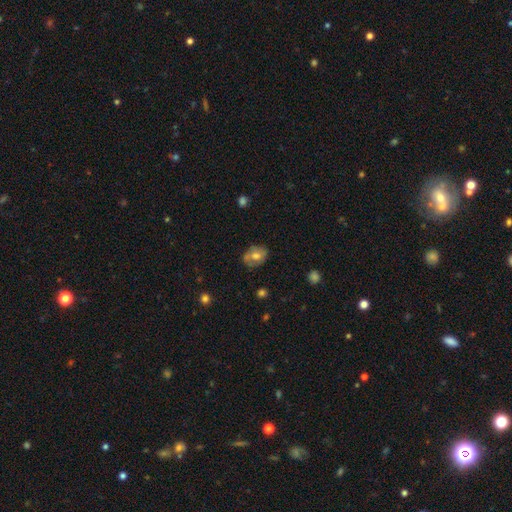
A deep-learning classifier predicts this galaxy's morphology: smooth 56%, featured or disk 36%, star or artifact 9%. Down the decision tree: how rounded — in between (62%); merging — none (68%).